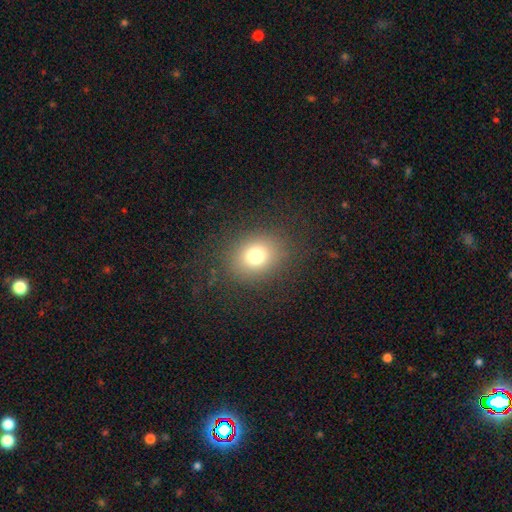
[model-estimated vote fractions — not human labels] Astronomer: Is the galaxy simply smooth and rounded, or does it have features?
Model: smooth — 75%.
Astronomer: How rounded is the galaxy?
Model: round — 64%.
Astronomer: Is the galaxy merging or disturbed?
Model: none — 85%.